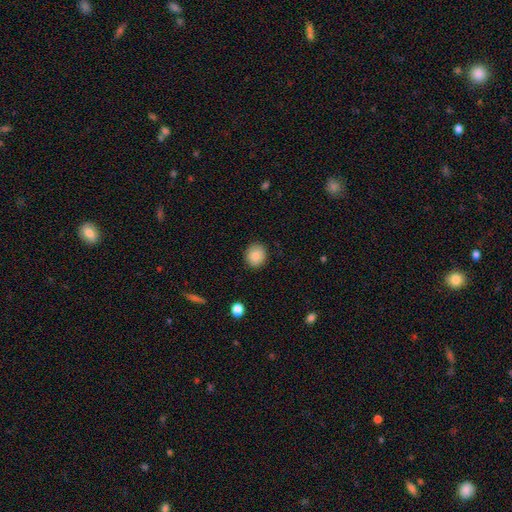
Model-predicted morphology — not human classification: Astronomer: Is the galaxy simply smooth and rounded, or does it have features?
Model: smooth — 86%.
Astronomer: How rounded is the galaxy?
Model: round — 82%.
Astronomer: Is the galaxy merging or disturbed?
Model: none — 89%.